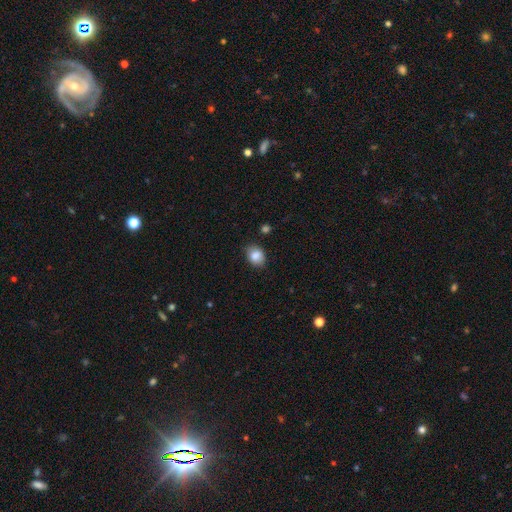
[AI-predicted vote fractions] Smooth or featured? Predicted: smooth (p=0.85). How rounded? Predicted: in between (p=0.67). Merging? Predicted: none (p=0.77).